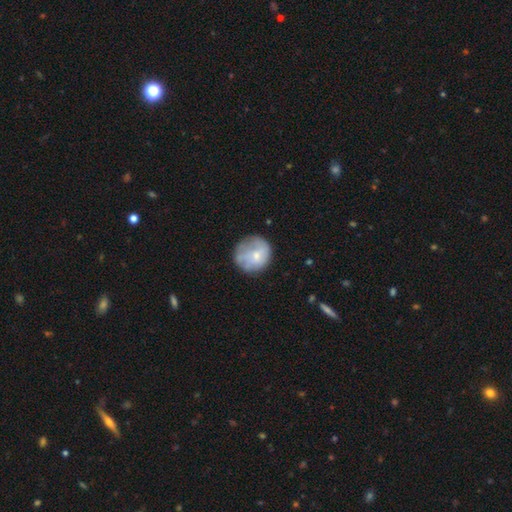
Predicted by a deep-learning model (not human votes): A smooth galaxy with no disk features (60%) that is round (86%).

Vote fractions:
- Smooth or featured? smooth: 60% / featured or disk: 32% / star or artifact: 8%
- How rounded? round: 86% / in between: 13% / cigar-shaped: 1%
- Merging? none: 63% / minor disturbance: 23% / major disturbance: 12% / merger: 2%